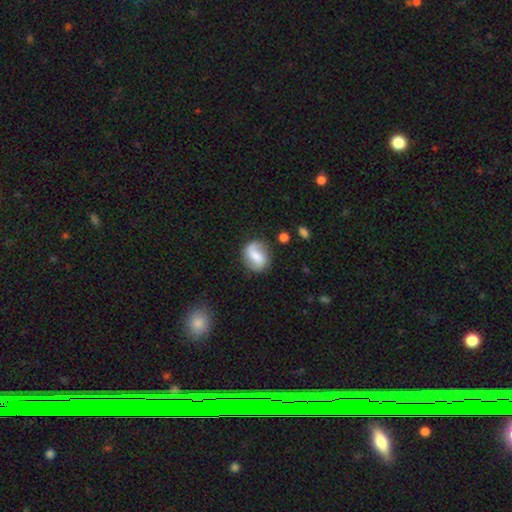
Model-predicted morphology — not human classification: type=featured or disk (47%); merging=none (71%).